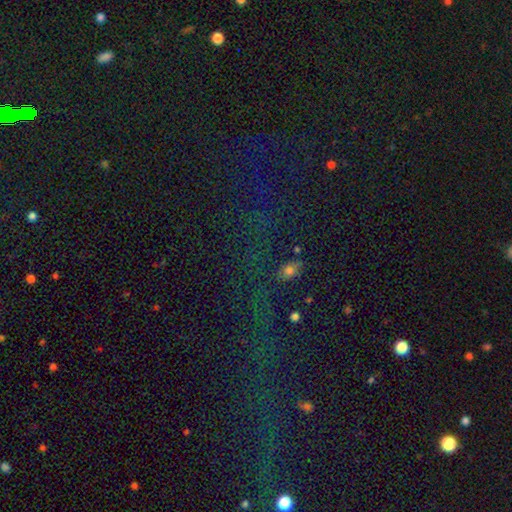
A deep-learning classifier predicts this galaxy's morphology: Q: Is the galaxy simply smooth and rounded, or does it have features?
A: star or artifact — 73%.